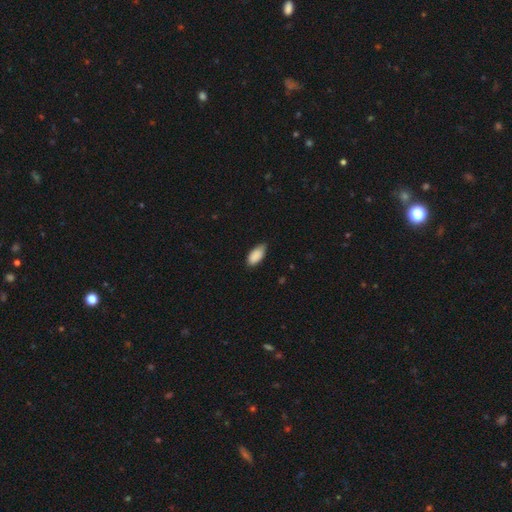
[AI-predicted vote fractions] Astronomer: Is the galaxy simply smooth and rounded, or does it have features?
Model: smooth — 90%.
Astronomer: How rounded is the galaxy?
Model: in between — 93%.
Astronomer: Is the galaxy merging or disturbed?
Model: none — 71%.